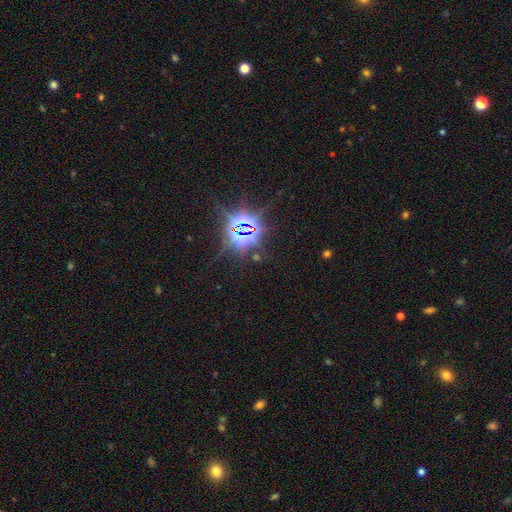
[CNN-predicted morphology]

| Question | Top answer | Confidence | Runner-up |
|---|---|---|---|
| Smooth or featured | star or artifact | 85% | featured or disk (8%) |